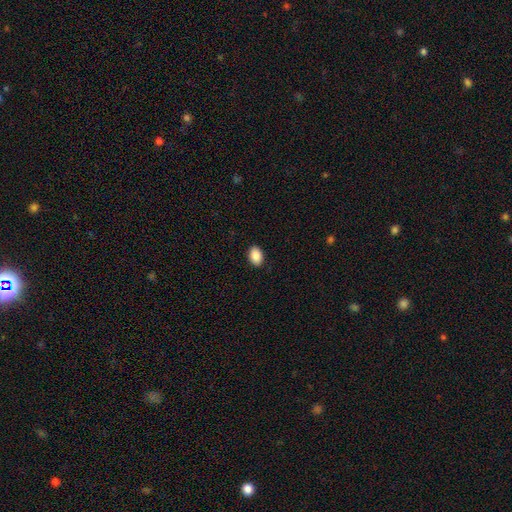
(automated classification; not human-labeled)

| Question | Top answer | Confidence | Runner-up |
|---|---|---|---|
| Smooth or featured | smooth | 89% | star or artifact (7%) |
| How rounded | in between | 82% | round (17%) |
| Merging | none | 89% | minor disturbance (8%) |